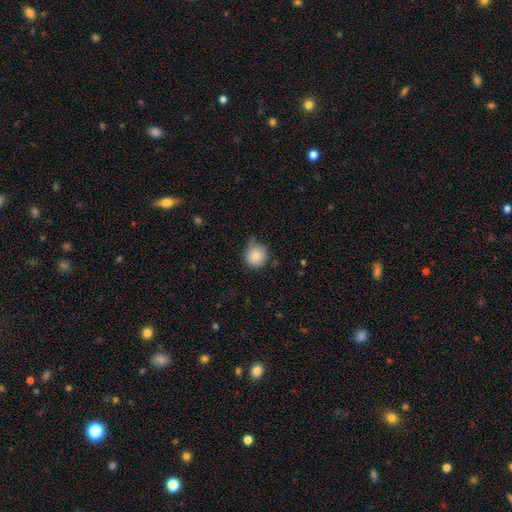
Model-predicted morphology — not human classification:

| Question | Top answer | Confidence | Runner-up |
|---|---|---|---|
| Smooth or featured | smooth | 86% | star or artifact (9%) |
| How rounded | round | 91% | in between (8%) |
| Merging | none | 64% | minor disturbance (27%) |